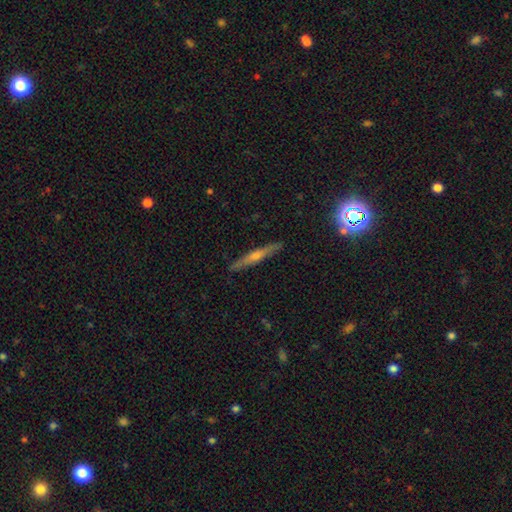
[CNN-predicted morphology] A featured or disk galaxy (60%) viewed edge-on (96%) with a rounded central bulge (75%).

Vote fractions:
- Smooth or featured? featured or disk: 60% / smooth: 31% / star or artifact: 9%
- Edge-on disk? yes: 96% / no: 4%
- Edge-on bulge? rounded: 75% / none: 20% / boxy: 5%
- Merging? none: 89% / minor disturbance: 8% / major disturbance: 2% / merger: 1%